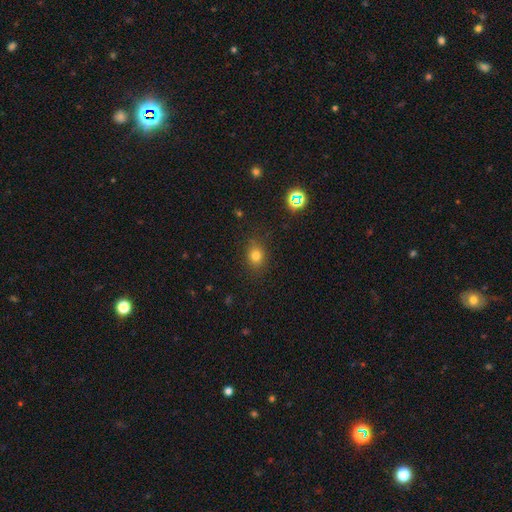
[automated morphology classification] Q: Smooth or featured?
A: smooth (77%); runner-up: star or artifact (16%)
Q: How rounded?
A: round (57%); runner-up: in between (42%)
Q: Merging?
A: none (84%); runner-up: minor disturbance (11%)